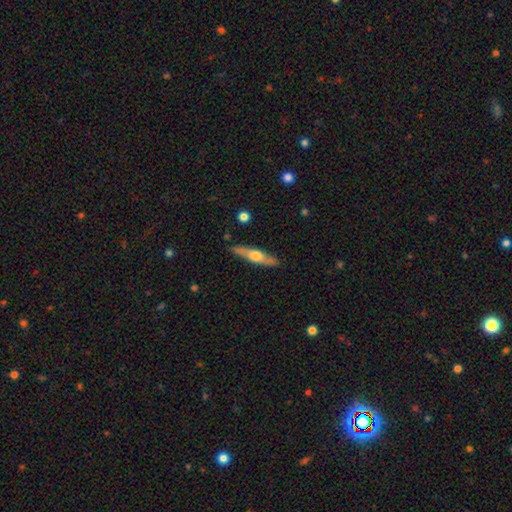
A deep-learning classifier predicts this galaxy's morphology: Overall: featured or disk (55%; smooth 40%). Edge-on disk: yes (89%). Merging: none (87%).